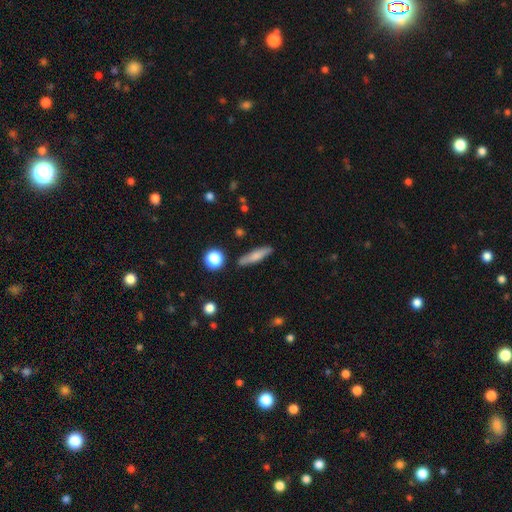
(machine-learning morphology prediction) Smooth or featured? smooth (69%)
How rounded? cigar-shaped (80%)
Merging? none (85%)